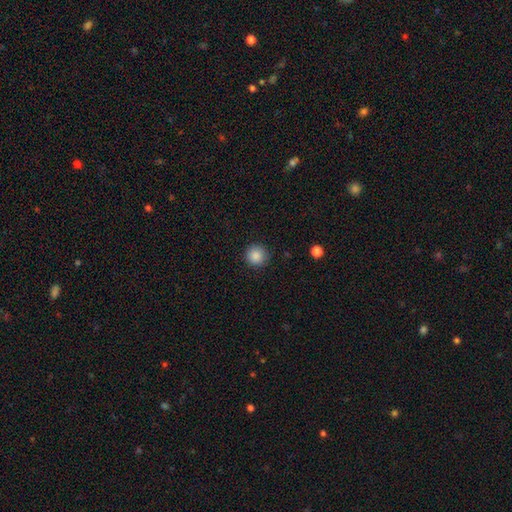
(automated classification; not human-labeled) Smooth or featured: smooth — 88% (star or artifact — 9%)
How rounded: round — 95% (in between — 4%)
Merging: none — 90% (minor disturbance — 7%)